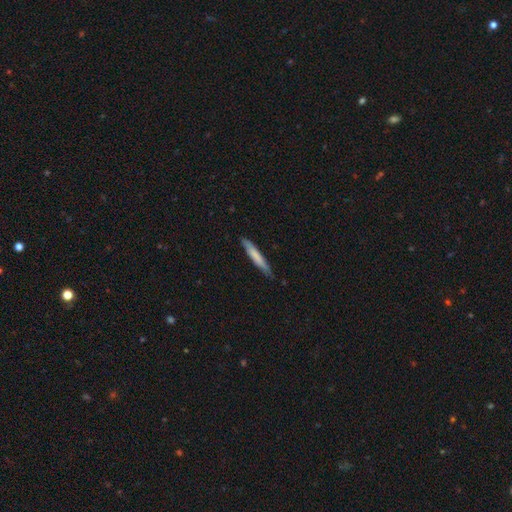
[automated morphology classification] smooth_or_featured: smooth (p=0.68) [alt: featured or disk p=0.27]
how_rounded: cigar-shaped (p=0.94) [alt: in between p=0.04]
merging: none (p=0.84) [alt: minor disturbance p=0.13]